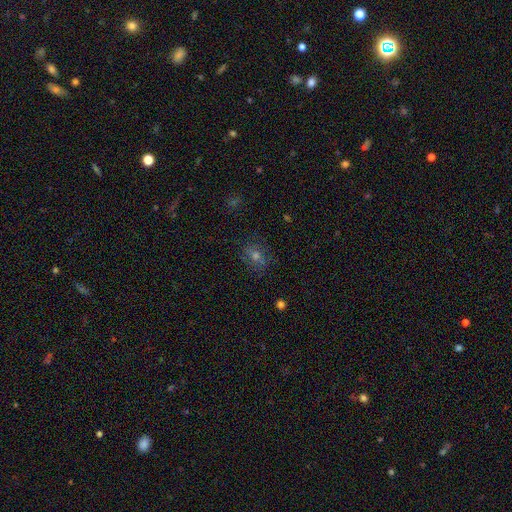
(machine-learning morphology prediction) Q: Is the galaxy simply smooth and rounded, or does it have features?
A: smooth — 46%.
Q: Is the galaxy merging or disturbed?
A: none — 79%.